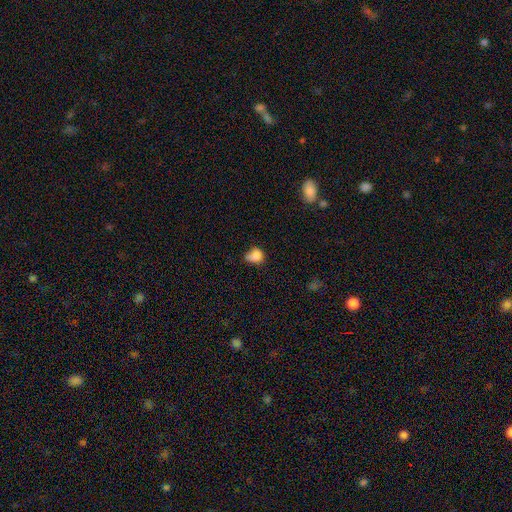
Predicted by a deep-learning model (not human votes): Smooth or featured: smooth — 80% (star or artifact — 11%)
How rounded: in between — 49% (tied with round — 49%)
Merging: minor disturbance — 39% (none — 36%)